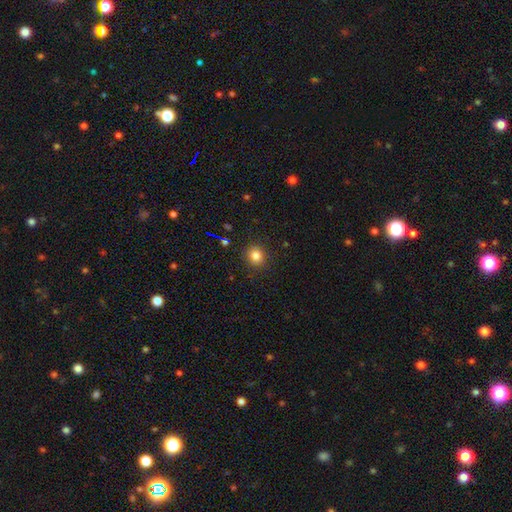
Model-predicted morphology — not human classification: A smooth galaxy with no disk features (81%) that is round (85%).

Vote fractions:
- Smooth or featured? smooth: 81% / star or artifact: 13% / featured or disk: 6%
- How rounded? round: 85% / in between: 14% / cigar-shaped: 1%
- Merging? none: 89% / minor disturbance: 8% / major disturbance: 2% / merger: 1%